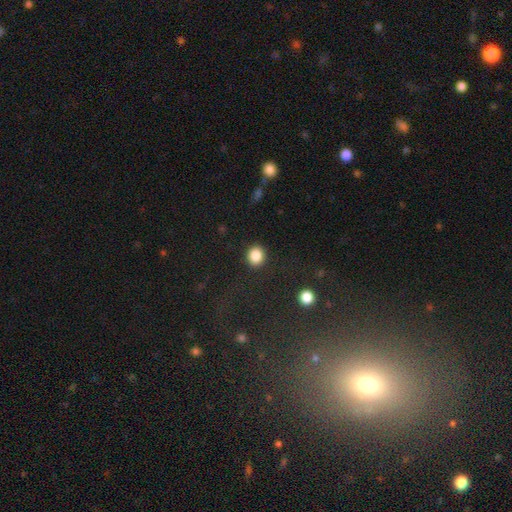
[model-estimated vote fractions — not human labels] A smooth galaxy with no disk features (86%) that is round (81%). Merging: none (90%).